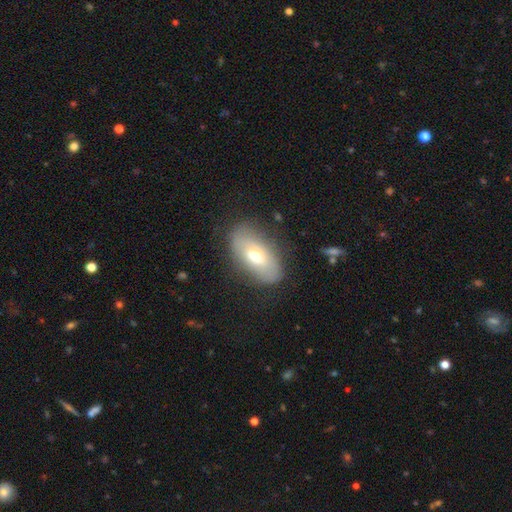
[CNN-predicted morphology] Smooth or featured?
  - smooth: 58% *
  - featured or disk: 34%
  - star or artifact: 8%
How rounded?
  - in between: 90% *
  - cigar-shaped: 5%
  - round: 5%
Merging?
  - none: 79% *
  - minor disturbance: 15%
  - major disturbance: 5%
  - merger: 1%